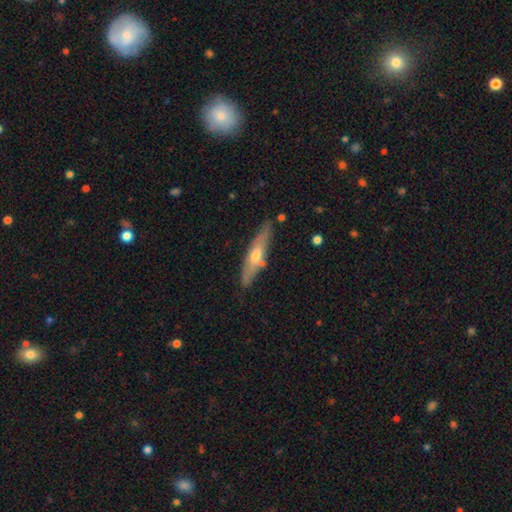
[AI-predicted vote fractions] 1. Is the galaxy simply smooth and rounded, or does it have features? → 60% featured or disk, 34% smooth, 6% star or artifact.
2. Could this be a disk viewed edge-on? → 84% yes, 16% no.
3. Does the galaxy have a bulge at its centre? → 87% rounded, 10% none, 3% boxy.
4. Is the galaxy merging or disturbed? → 84% none, 12% minor disturbance, 2% merger, 2% major disturbance.